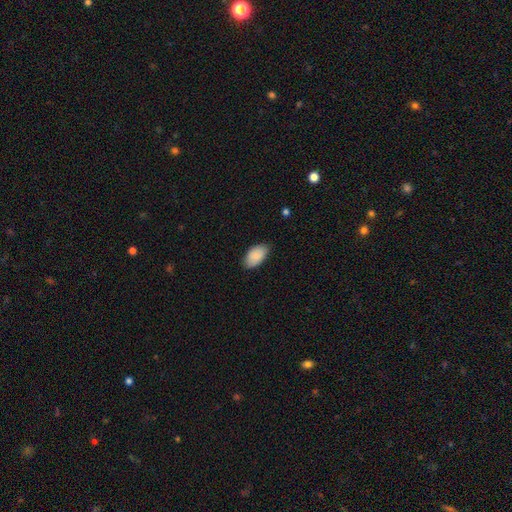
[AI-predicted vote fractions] Smooth or featured? smooth (89%)
How rounded? in between (95%)
Merging? none (81%)